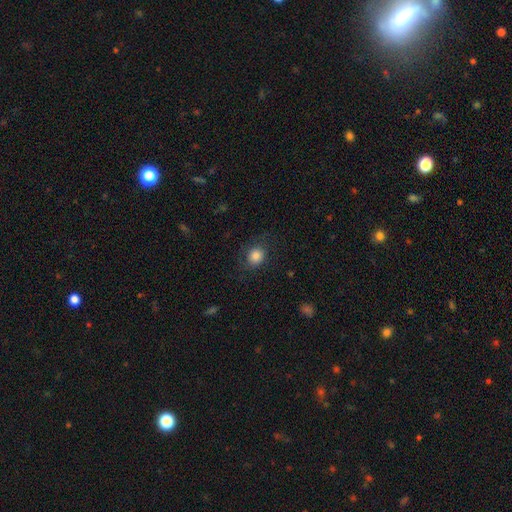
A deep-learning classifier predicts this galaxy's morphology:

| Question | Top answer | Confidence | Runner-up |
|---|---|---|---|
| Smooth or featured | smooth | 83% | star or artifact (8%) |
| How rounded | round | 72% | in between (27%) |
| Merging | none | 73% | minor disturbance (17%) |